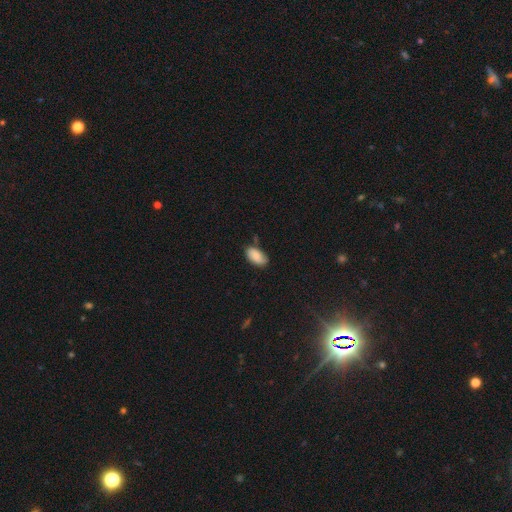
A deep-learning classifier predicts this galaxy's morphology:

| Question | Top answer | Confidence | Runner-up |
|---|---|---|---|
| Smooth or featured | smooth | 82% | featured or disk (11%) |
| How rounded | in between | 94% | round (3%) |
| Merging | none | 63% | minor disturbance (27%) |